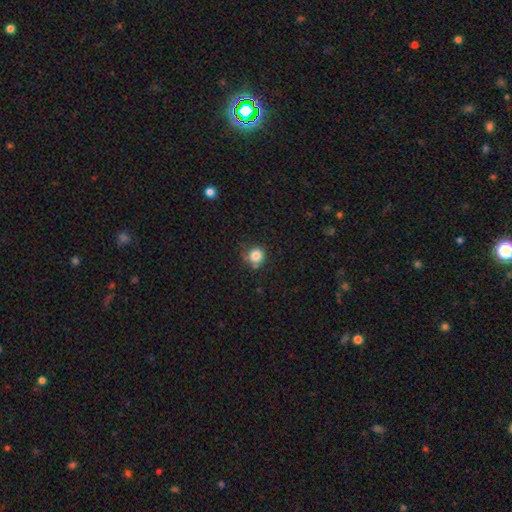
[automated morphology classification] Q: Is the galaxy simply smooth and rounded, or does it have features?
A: smooth — 83%.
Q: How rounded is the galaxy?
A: round — 88%.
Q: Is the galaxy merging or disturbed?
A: none — 69%.